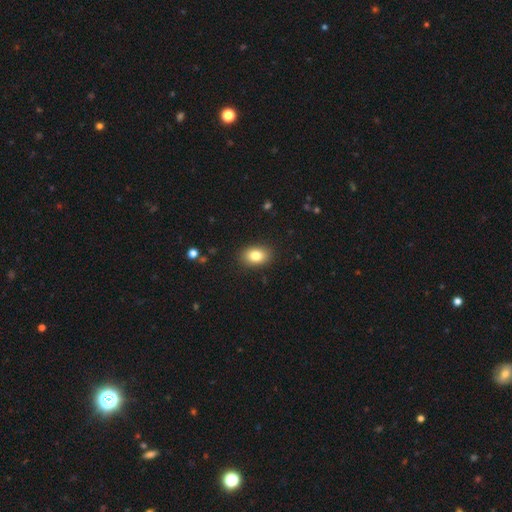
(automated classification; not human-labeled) Smooth or featured? smooth (83%)
How rounded? in between (79%)
Merging? none (89%)